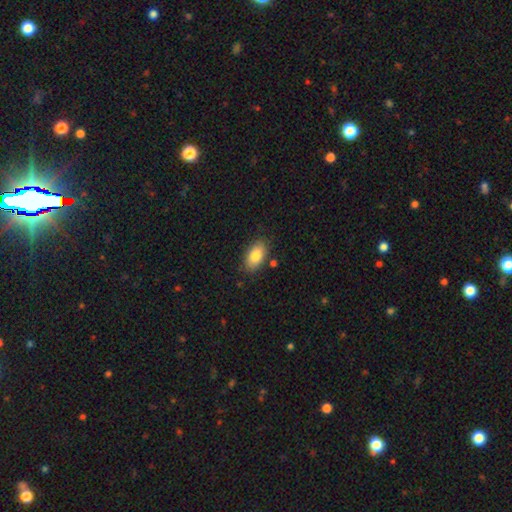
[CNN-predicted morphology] smooth_or_featured: smooth (p=0.83) [alt: featured or disk p=0.10]
how_rounded: in between (p=0.92) [alt: round p=0.05]
merging: none (p=0.82) [alt: minor disturbance p=0.12]